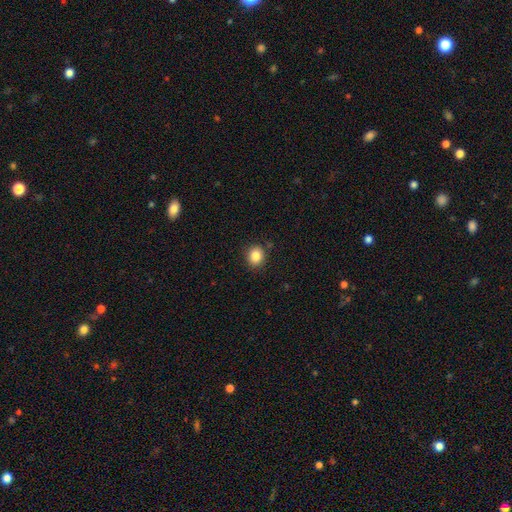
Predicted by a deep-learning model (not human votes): Q: Smooth or featured?
A: smooth (85%); runner-up: star or artifact (10%)
Q: How rounded?
A: round (77%); runner-up: in between (23%)
Q: Merging?
A: none (88%); runner-up: minor disturbance (8%)